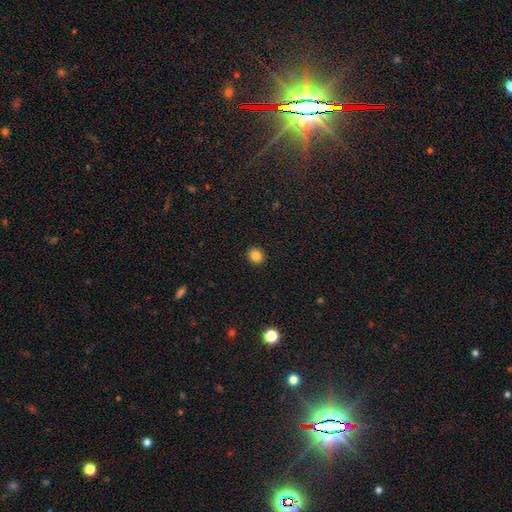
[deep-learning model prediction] A smooth galaxy with no disk features (84%) that is round (79%).

Vote fractions:
- Smooth or featured? smooth: 84% / star or artifact: 11% / featured or disk: 5%
- How rounded? round: 79% / in between: 20% / cigar-shaped: 1%
- Merging? none: 92% / minor disturbance: 6% / major disturbance: 2% / merger: 1%